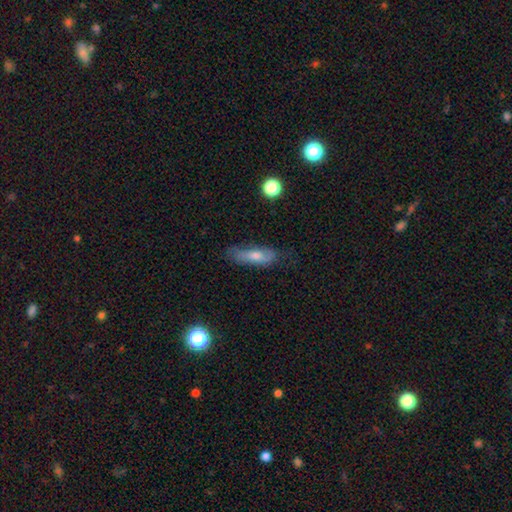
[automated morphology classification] smooth 53%, featured or disk 38%, star or artifact 9%. Down the decision tree: how rounded — cigar-shaped (49%); merging — none (66%).